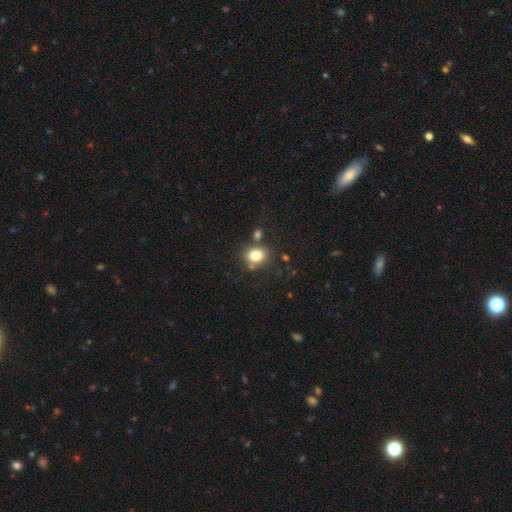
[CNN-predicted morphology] Smooth or featured? smooth (81%)
How rounded? round (56%)
Merging? none (68%)